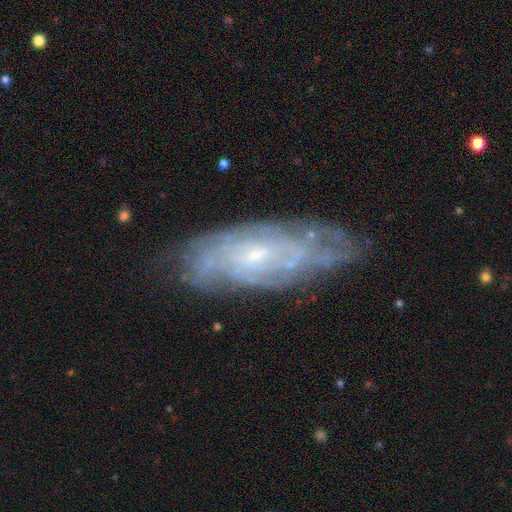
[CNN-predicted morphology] featured or disk 77%, smooth 16%, star or artifact 7%. Down the decision tree: edge-on disk — no (88%); bar — no (62%); spiral arms — yes (83%); spiral arm count — can't tell (63%); spiral winding — tight (68%); bulge size — small (74%); merging — none (67%).